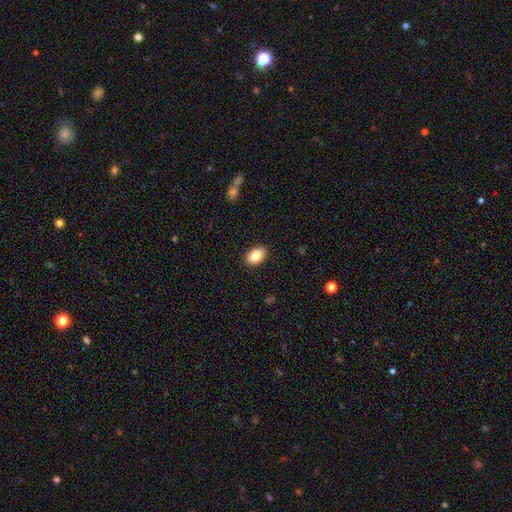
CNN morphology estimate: type=smooth (85%); roundness=in between (87%); merging=none (90%).